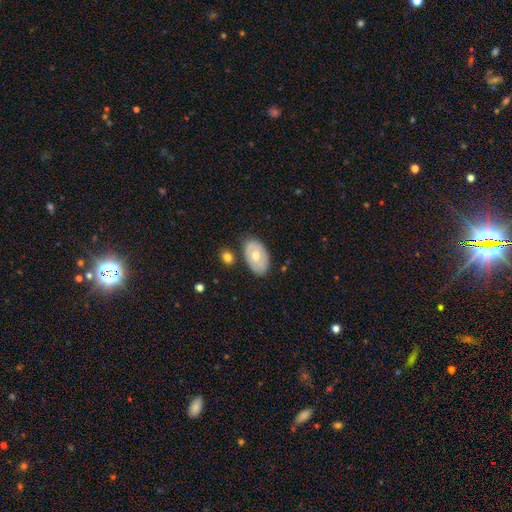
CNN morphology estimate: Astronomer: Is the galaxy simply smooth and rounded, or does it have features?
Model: smooth — 52% (runner-up: featured or disk, 42%).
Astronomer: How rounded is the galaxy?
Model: in between — 90%.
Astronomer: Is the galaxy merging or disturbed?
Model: none — 71%.